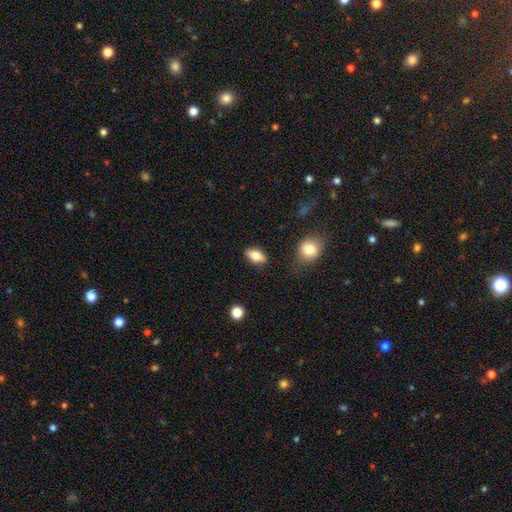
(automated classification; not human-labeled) smooth_or_featured: smooth (p=0.73) [alt: featured or disk p=0.19]
how_rounded: in between (p=0.85) [alt: cigar-shaped p=0.07]
merging: none (p=0.84) [alt: minor disturbance p=0.11]